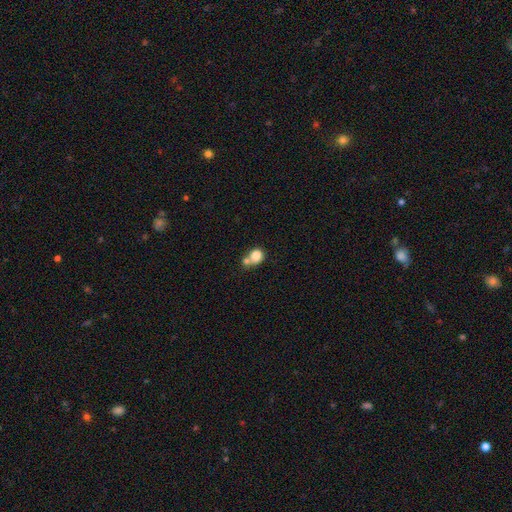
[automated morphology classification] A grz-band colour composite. It shows a smooth galaxy with no disk features (80%) that is round (76%). Merging: merger (52%).